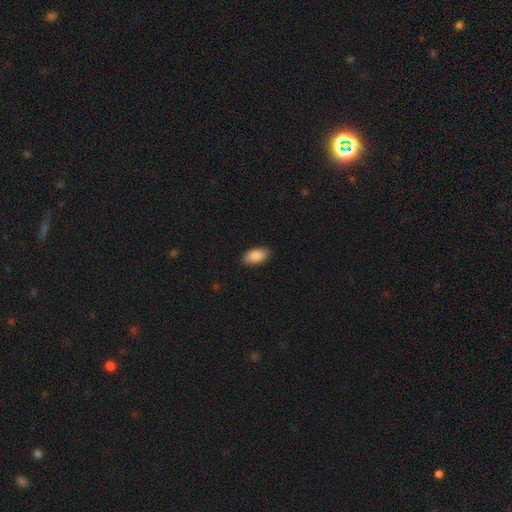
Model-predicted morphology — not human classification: smooth 89%, star or artifact 6%, featured or disk 5%. Down the decision tree: how rounded — in between (93%); merging — none (88%).